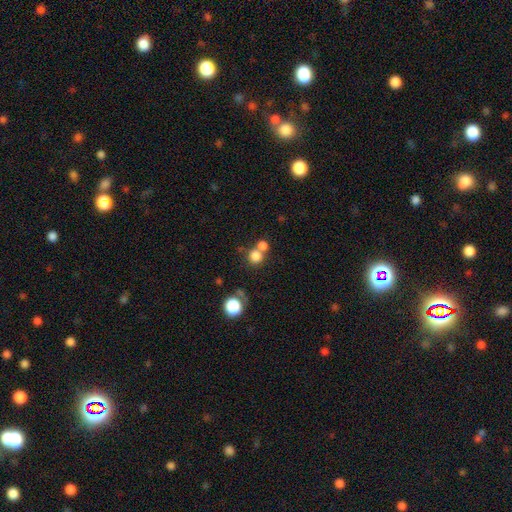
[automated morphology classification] Overall: smooth (79%). How rounded: round (87%). Merging: none (49%; merger 40%).